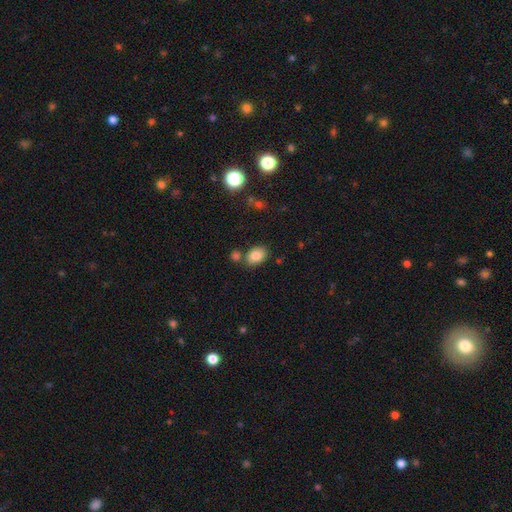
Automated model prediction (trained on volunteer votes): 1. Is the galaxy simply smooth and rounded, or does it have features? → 83% smooth, 9% star or artifact, 7% featured or disk.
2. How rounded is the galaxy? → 78% in between, 21% round, 1% cigar-shaped.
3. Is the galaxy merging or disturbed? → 71% none, 13% merger, 12% minor disturbance, 3% major disturbance.